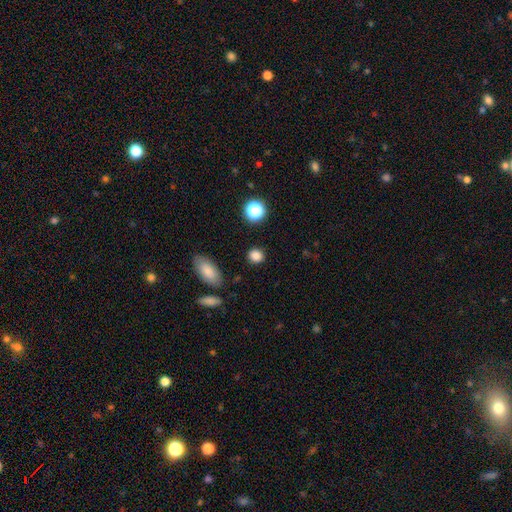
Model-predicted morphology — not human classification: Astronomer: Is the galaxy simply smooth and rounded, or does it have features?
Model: smooth — 84%.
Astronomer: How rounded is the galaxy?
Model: round — 77%.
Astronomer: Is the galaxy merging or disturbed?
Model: none — 87%.